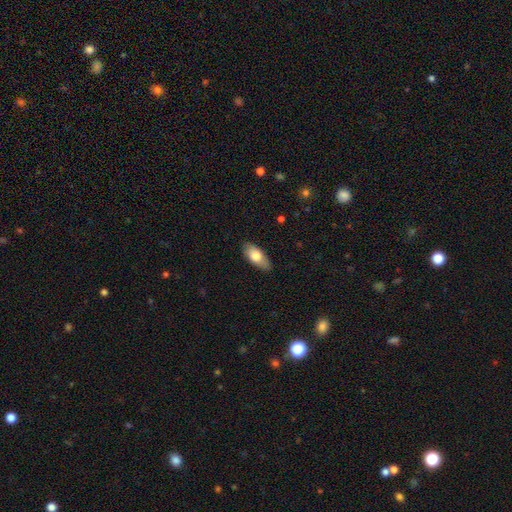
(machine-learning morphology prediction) smooth 76%, featured or disk 18%, star or artifact 6%. Down the decision tree: how rounded — in between (88%); merging — none (84%).